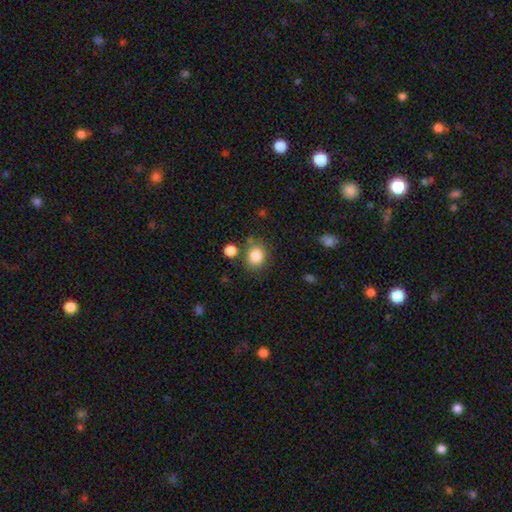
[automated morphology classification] Smooth or featured?
  - smooth: 85% *
  - star or artifact: 10%
  - featured or disk: 5%
How rounded?
  - round: 68% *
  - in between: 31%
  - cigar-shaped: 1%
Merging?
  - none: 74% *
  - minor disturbance: 12%
  - merger: 9%
  - major disturbance: 5%